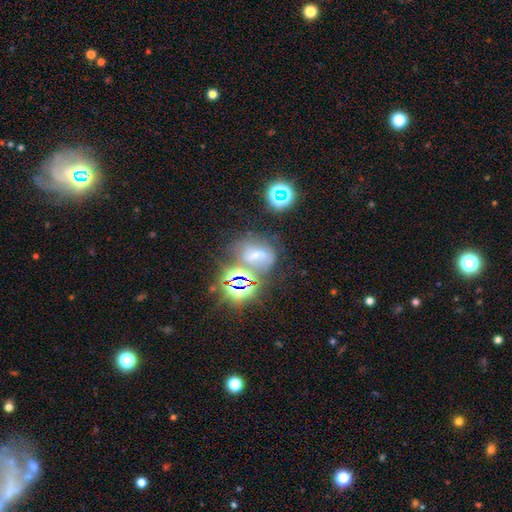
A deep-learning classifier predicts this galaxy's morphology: This appears to be a star or artifact, not a galaxy (39%).